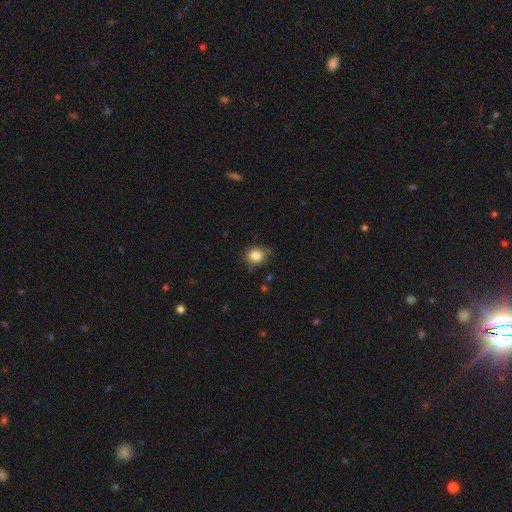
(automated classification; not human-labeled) A smooth galaxy with no disk features (84%) that is round (68%). Merging: none (76%).